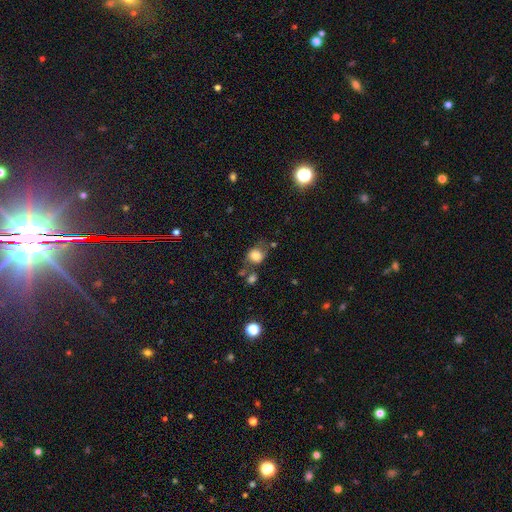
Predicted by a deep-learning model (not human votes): Overall: smooth (74%). How rounded: round (65%; in between 33%). Merging: none (52%; minor disturbance 23%).